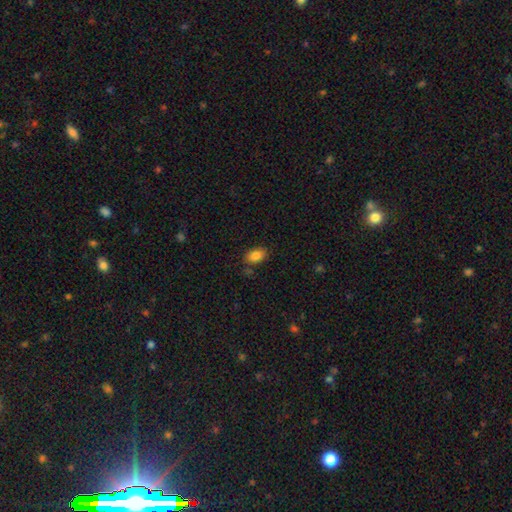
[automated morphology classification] Smooth or featured? Predicted: smooth (p=0.85). How rounded? Predicted: in between (p=0.87). Merging? Predicted: none (p=0.80).